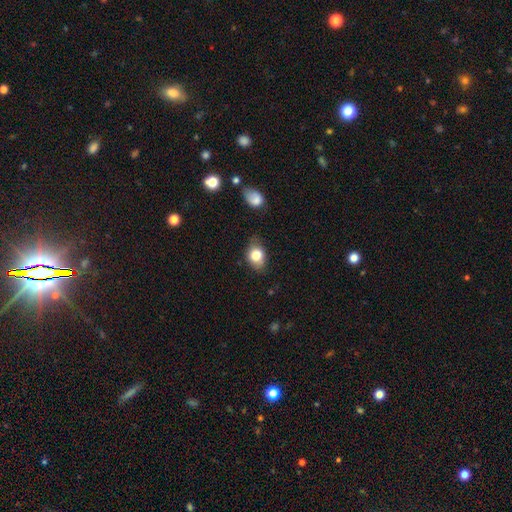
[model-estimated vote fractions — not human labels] This is likely a smooth galaxy (79%). How rounded: likely in between (67%). Merging: likely none (67%).